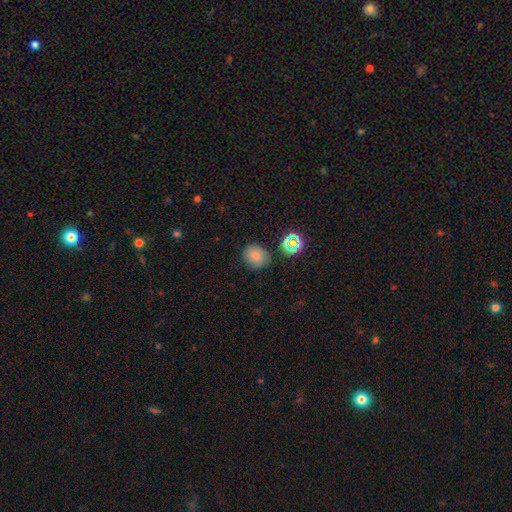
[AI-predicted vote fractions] smooth-or-featured: smooth: 75% | star or artifact: 17% | featured or disk: 8%
  how-rounded: round: 78% | in between: 21% | cigar-shaped: 1%
  merging: none: 78% | minor disturbance: 14% | major disturbance: 4% | merger: 4%